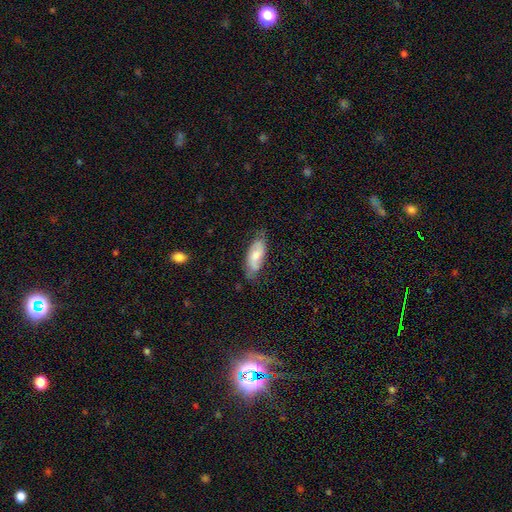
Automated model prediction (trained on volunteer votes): Smooth or featured: smooth — 57% (featured or disk — 37%)
How rounded: in between — 78% (cigar-shaped — 20%)
Merging: none — 68% (minor disturbance — 25%)